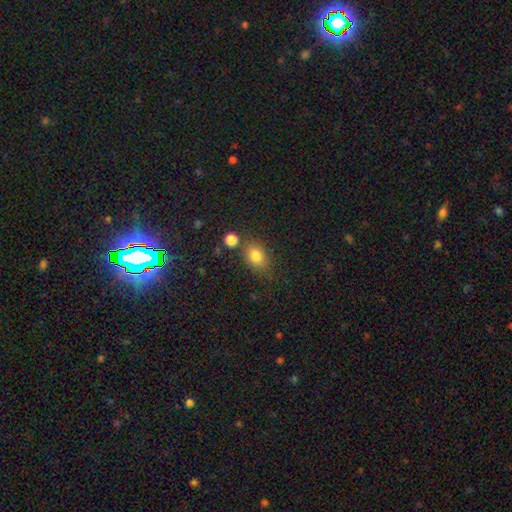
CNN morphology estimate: Smooth or featured?
  - smooth: 82% *
  - star or artifact: 11%
  - featured or disk: 7%
How rounded?
  - in between: 63% *
  - round: 36%
  - cigar-shaped: 1%
Merging?
  - none: 74% *
  - minor disturbance: 14%
  - merger: 9%
  - major disturbance: 4%